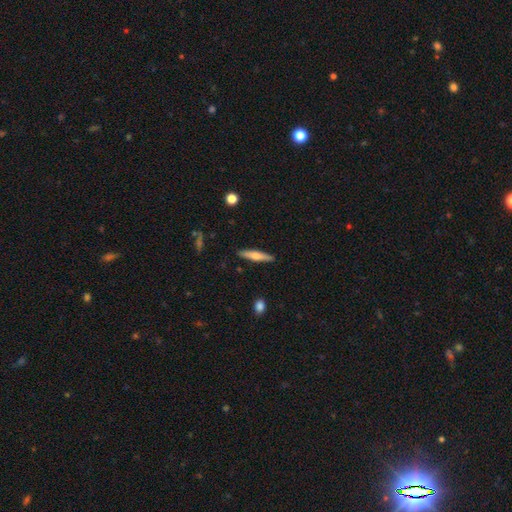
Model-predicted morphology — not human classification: smooth 54%, featured or disk 40%, star or artifact 6%. Down the decision tree: how rounded — cigar-shaped (86%); merging — none (89%).